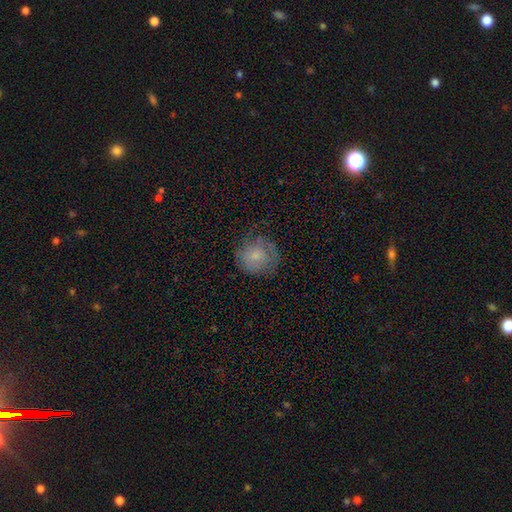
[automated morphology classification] This is possibly a smooth galaxy (57%). How rounded: clearly round (86%). Merging: likely none (65%).